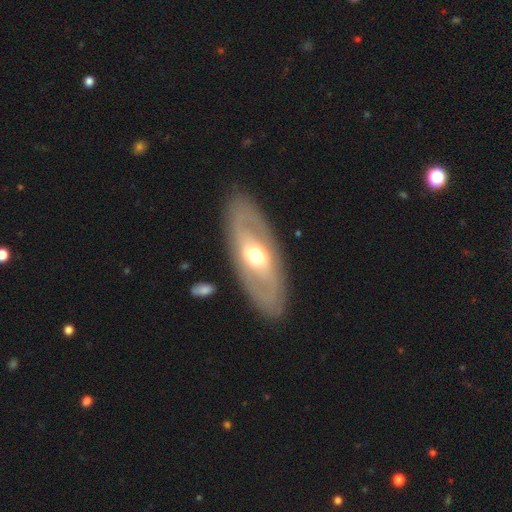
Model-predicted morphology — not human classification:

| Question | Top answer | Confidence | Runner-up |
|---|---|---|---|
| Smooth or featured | featured or disk | 68% | smooth (27%) |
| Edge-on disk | no | 84% | yes (16%) |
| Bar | no | 54% | weak (31%) |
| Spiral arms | no | 56% | yes (44%) |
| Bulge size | moderate | 70% | large (15%) |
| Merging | none | 85% | minor disturbance (10%) |